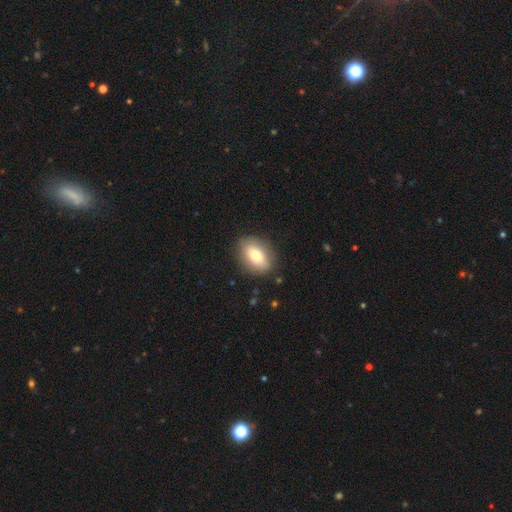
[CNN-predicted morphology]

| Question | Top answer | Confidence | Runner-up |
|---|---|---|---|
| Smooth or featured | smooth | 74% | featured or disk (18%) |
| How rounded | in between | 83% | round (14%) |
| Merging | none | 84% | minor disturbance (11%) |